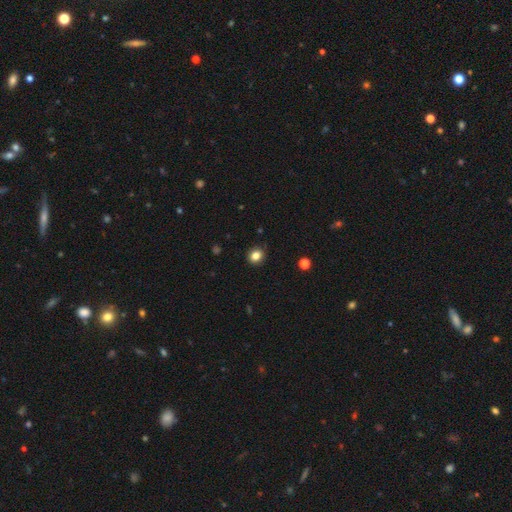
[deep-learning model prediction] This is clearly a smooth galaxy (84%). How rounded: likely round (75%). Merging: clearly none (90%).